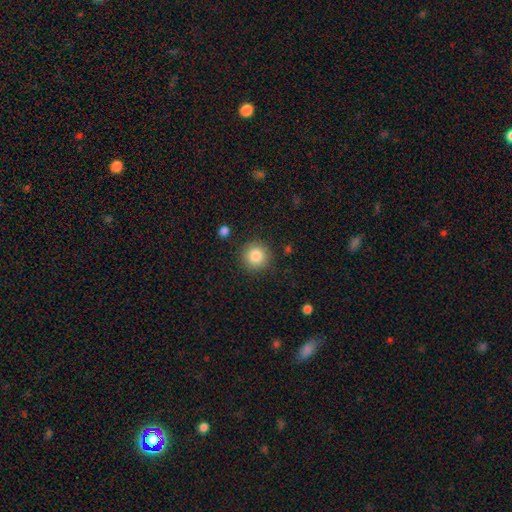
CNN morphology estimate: Smooth or featured: smooth — 85% (star or artifact — 9%)
How rounded: round — 94% (in between — 5%)
Merging: none — 89% (minor disturbance — 7%)